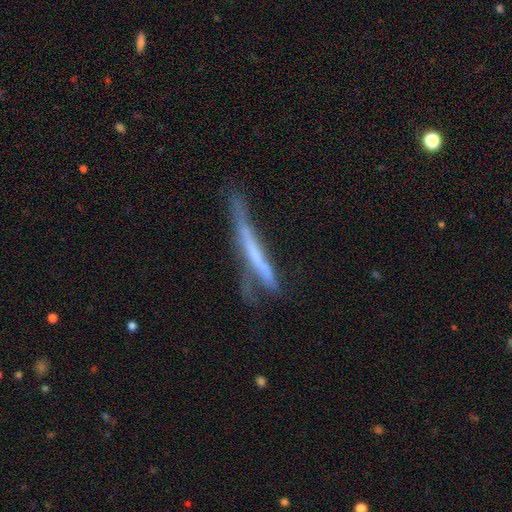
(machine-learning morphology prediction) This appears to be a featured or disk galaxy (54%) viewed edge-on (83%). Merging: none (42%).